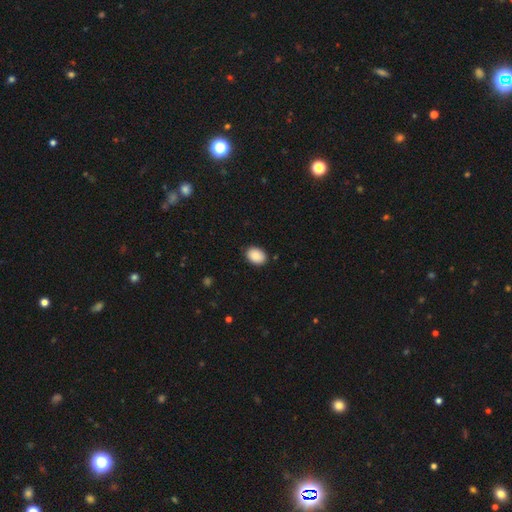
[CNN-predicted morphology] This appears to be a smooth galaxy with no disk features (89%) that is in between round and cigar-shaped (76%). Merging: none (88%).